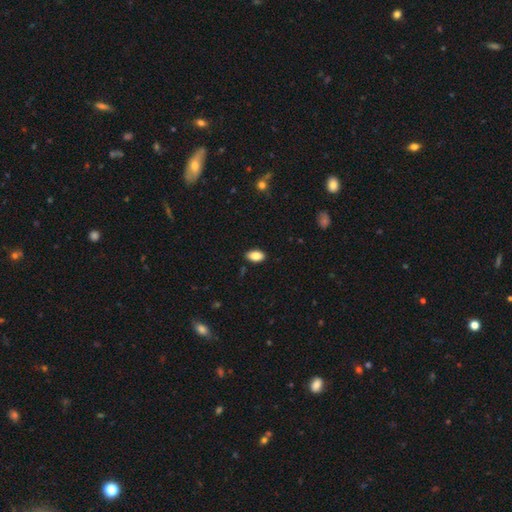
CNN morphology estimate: smooth 86%, star or artifact 8%, featured or disk 6%. Down the decision tree: how rounded — in between (92%); merging — none (87%).